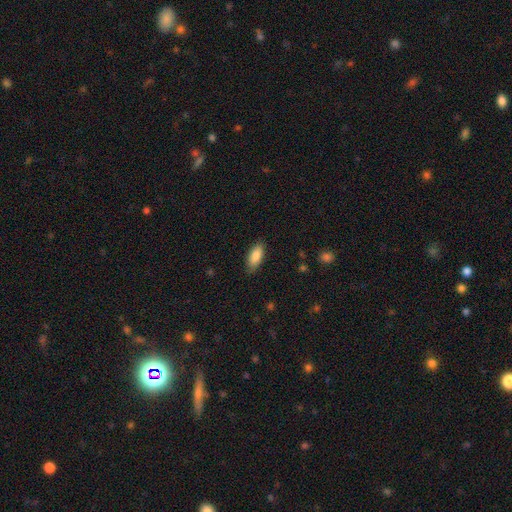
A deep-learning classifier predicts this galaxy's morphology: The model was most divided on "merging": none: 82%, minor disturbance: 14%, major disturbance: 3%, merger: 1%. More confident: smooth or featured — smooth (85%); how rounded — in between (84%).